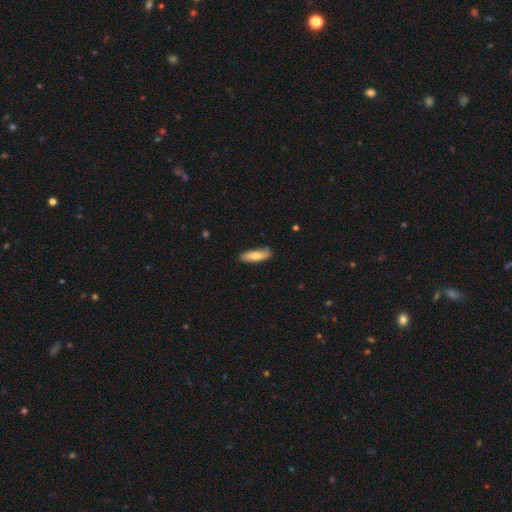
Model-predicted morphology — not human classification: Overall: smooth (75%). How rounded: cigar-shaped (57%; in between 41%). Merging: none (83%).